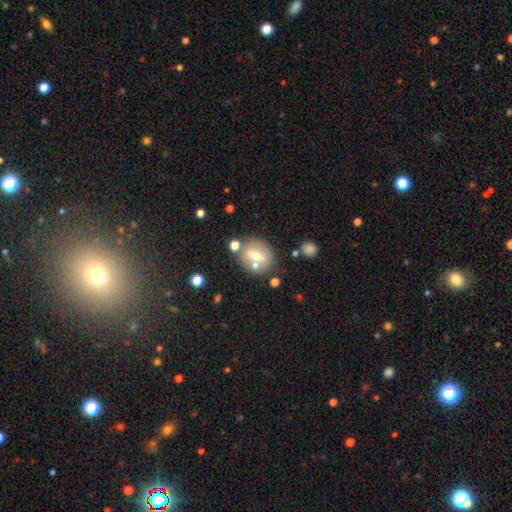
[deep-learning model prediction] smooth_or_featured: smooth (p=0.51) [alt: featured or disk p=0.39]
how_rounded: round (p=0.52) [alt: in between p=0.44]
merging: none (p=0.66) [alt: merger p=0.15]